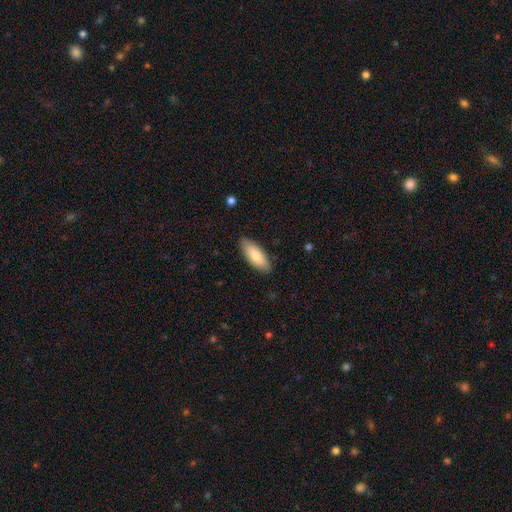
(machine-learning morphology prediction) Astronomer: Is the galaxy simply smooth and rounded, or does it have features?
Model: smooth — 81%.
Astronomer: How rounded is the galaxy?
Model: in between — 78%.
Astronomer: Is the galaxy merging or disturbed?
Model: none — 85%.